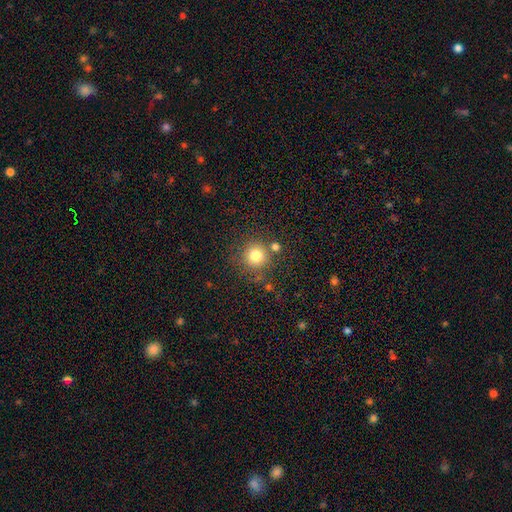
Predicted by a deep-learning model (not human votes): A smooth galaxy with no disk features (79%) that is round (94%). Merging: none (77%).